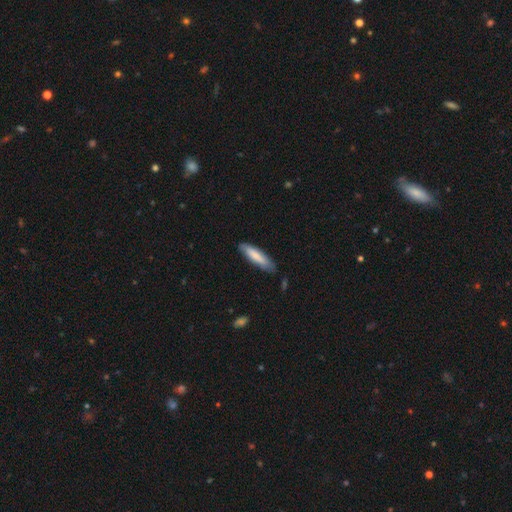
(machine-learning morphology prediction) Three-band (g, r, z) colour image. It shows a smooth galaxy with no disk features (78%) that is cigar-shaped (75%). Merging: none (79%).